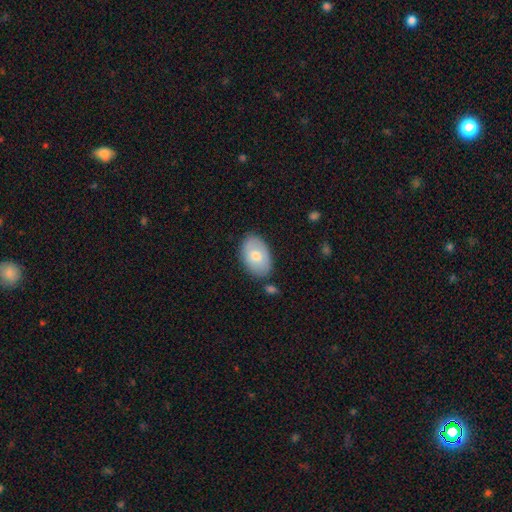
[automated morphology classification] A smooth galaxy with no disk features (71%) that is in between round and cigar-shaped (90%).

Vote fractions:
- Smooth or featured? smooth: 71% / featured or disk: 23% / star or artifact: 6%
- How rounded? in between: 90% / round: 9% / cigar-shaped: 1%
- Merging? none: 79% / minor disturbance: 15% / merger: 4% / major disturbance: 3%